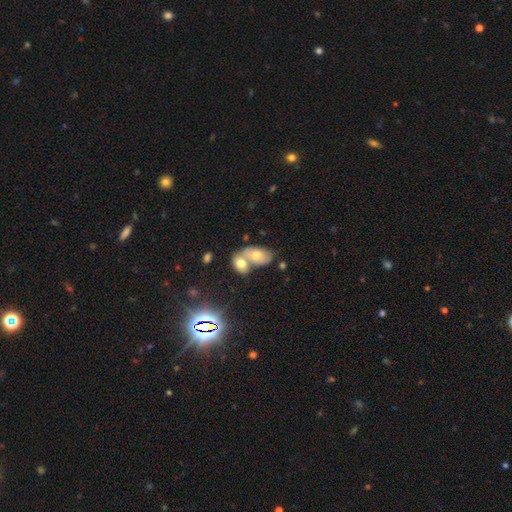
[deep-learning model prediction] Smooth or featured? Predicted: smooth (p=0.49). Merging? Predicted: merger (p=0.58).